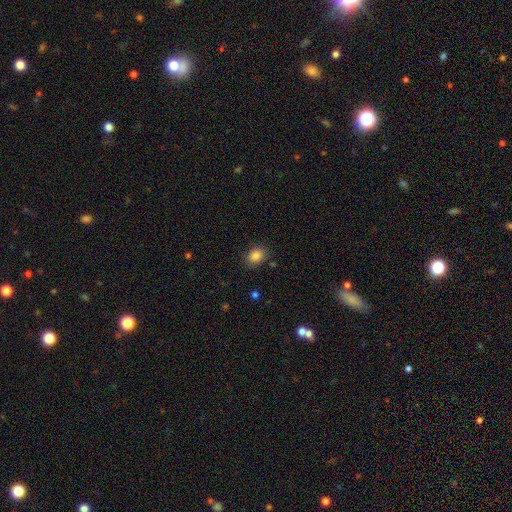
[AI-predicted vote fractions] Smooth or featured?
  - smooth: 86% *
  - star or artifact: 10%
  - featured or disk: 4%
How rounded?
  - in between: 65% *
  - round: 34%
  - cigar-shaped: 1%
Merging?
  - none: 84% *
  - minor disturbance: 11%
  - major disturbance: 3%
  - merger: 2%